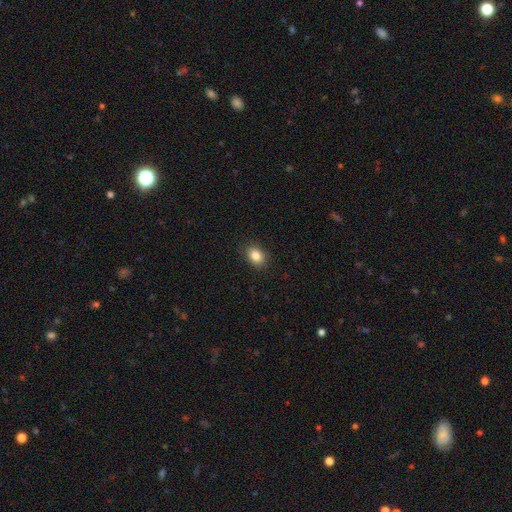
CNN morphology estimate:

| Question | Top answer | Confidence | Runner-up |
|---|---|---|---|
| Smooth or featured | smooth | 85% | star or artifact (9%) |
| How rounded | in between | 63% | round (35%) |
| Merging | none | 88% | minor disturbance (9%) |